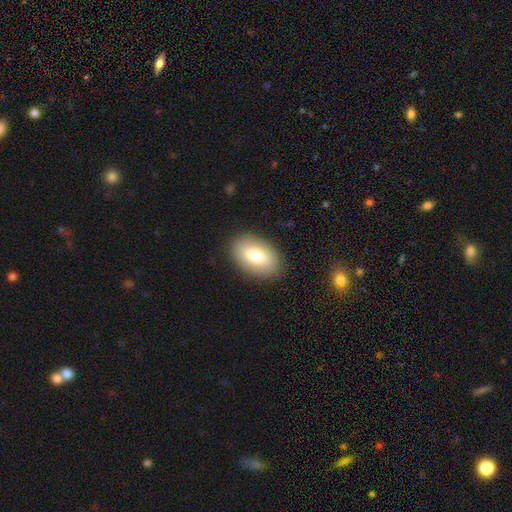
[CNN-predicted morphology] This appears to be a smooth galaxy with no disk features (74%) that is in between round and cigar-shaped (90%). Merging: none (88%).